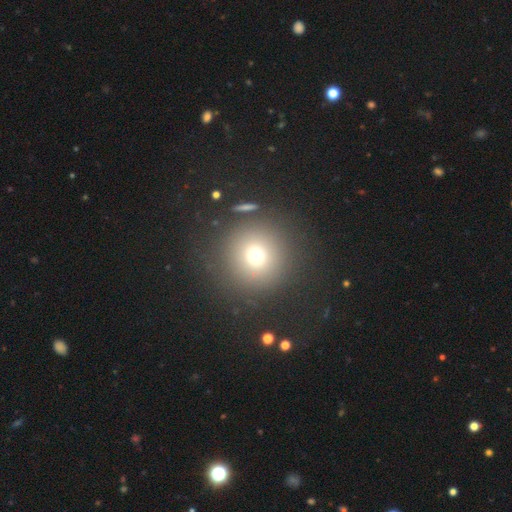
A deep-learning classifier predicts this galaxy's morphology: This appears to be a smooth galaxy with no disk features (71%) that is round (95%). Merging: none (86%).